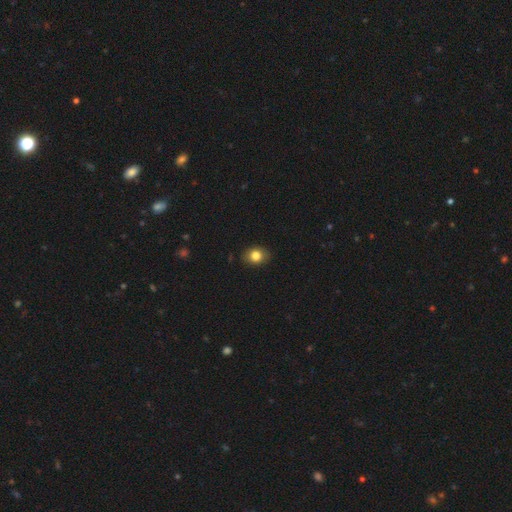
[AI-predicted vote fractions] The model was most divided on "how rounded": in between: 54%, round: 45%, cigar-shaped: 1%. More confident: merging — none (87%); smooth or featured — smooth (82%).